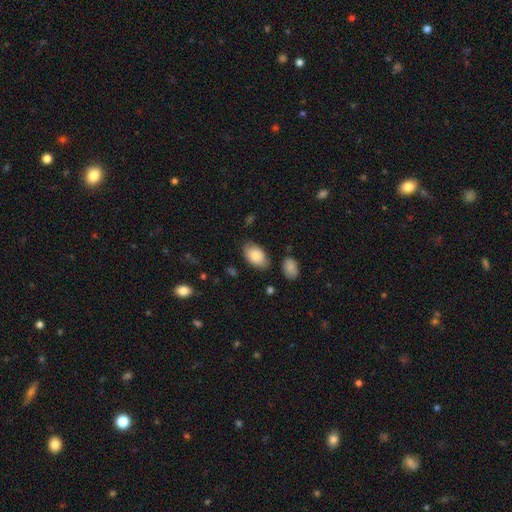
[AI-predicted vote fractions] Smooth or featured: smooth — 84% (featured or disk — 10%)
How rounded: in between — 93% (round — 6%)
Merging: none — 76% (minor disturbance — 17%)